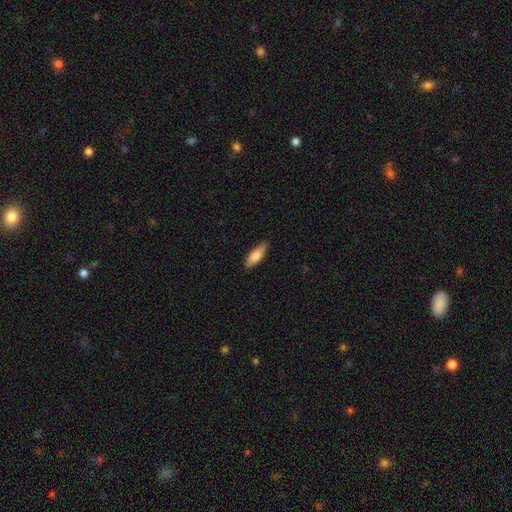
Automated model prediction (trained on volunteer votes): Smooth or featured?
  - smooth: 82% *
  - featured or disk: 13%
  - star or artifact: 6%
How rounded?
  - in between: 63% *
  - cigar-shaped: 35%
  - round: 2%
Merging?
  - none: 86% *
  - minor disturbance: 11%
  - major disturbance: 2%
  - merger: 1%